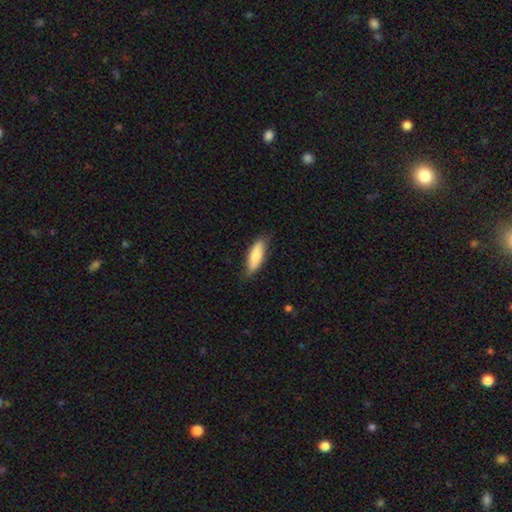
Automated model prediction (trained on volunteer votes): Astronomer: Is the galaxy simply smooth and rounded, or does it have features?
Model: smooth — 81%.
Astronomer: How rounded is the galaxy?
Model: in between — 61% (runner-up: cigar-shaped, 37%).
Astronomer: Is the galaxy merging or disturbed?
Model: none — 76%.